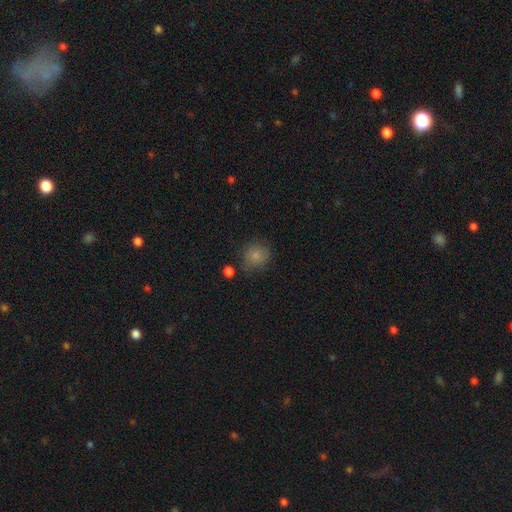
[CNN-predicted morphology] smooth 83%, star or artifact 10%, featured or disk 7%. Down the decision tree: how rounded — round (85%); merging — none (74%).